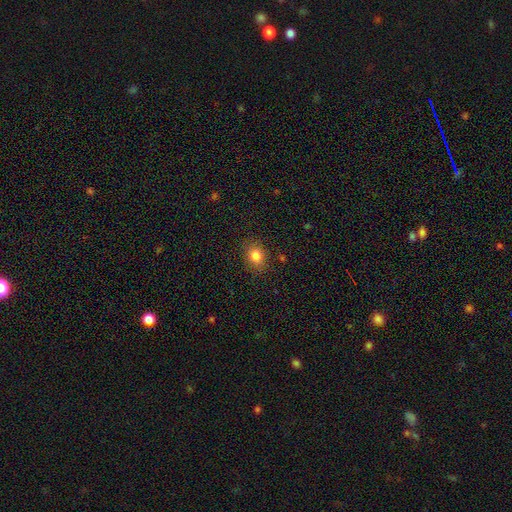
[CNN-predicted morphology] smooth 83%, star or artifact 11%, featured or disk 6%. Down the decision tree: how rounded — round (53%); merging — none (84%).